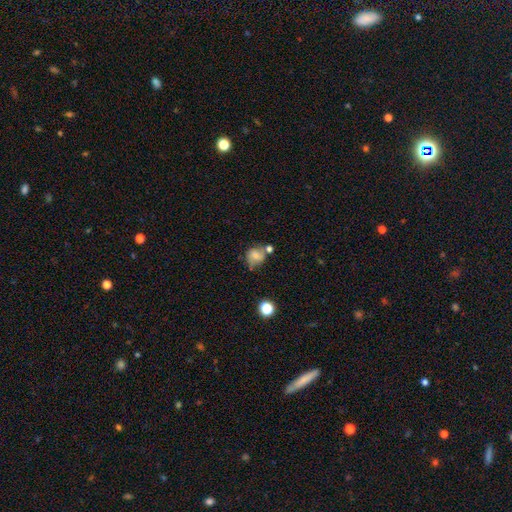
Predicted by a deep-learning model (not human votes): Smooth or featured? smooth (58%)
How rounded? round (62%)
Merging? none (43%)